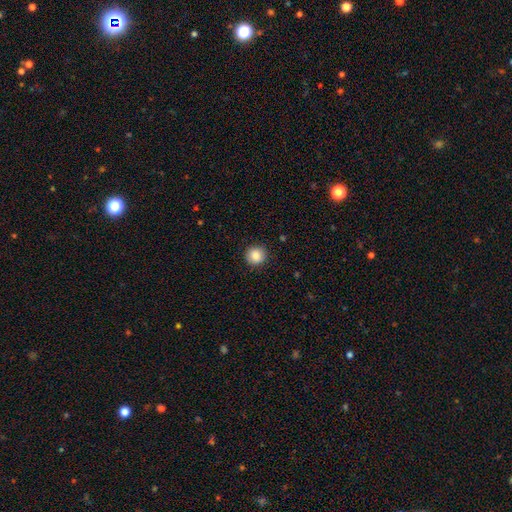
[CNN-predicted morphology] Q: Smooth or featured?
A: smooth (87%); runner-up: star or artifact (9%)
Q: How rounded?
A: round (93%); runner-up: in between (6%)
Q: Merging?
A: none (91%); runner-up: minor disturbance (6%)